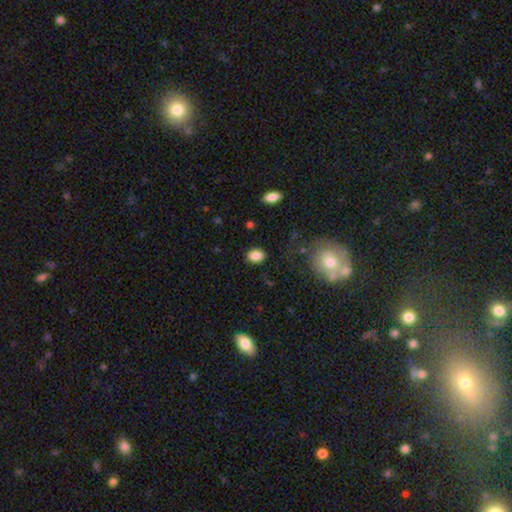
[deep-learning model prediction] A smooth galaxy with no disk features (87%) that is in between round and cigar-shaped (74%). Merging: none (84%).